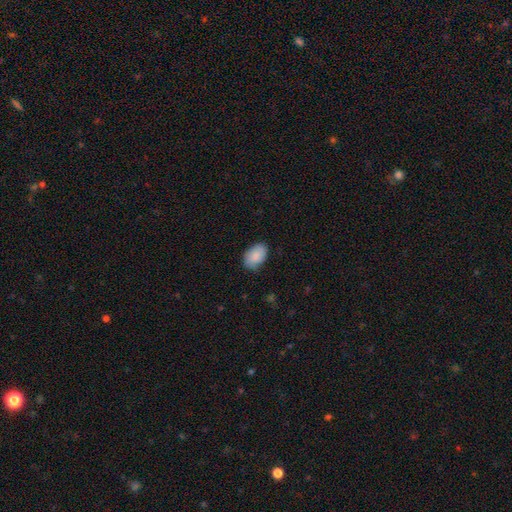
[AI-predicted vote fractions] smooth-or-featured: smooth: 87% | featured or disk: 6% | star or artifact: 6%
  how-rounded: in between: 89% | round: 10% | cigar-shaped: 1%
  merging: none: 79% | minor disturbance: 17% | major disturbance: 3% | merger: 1%